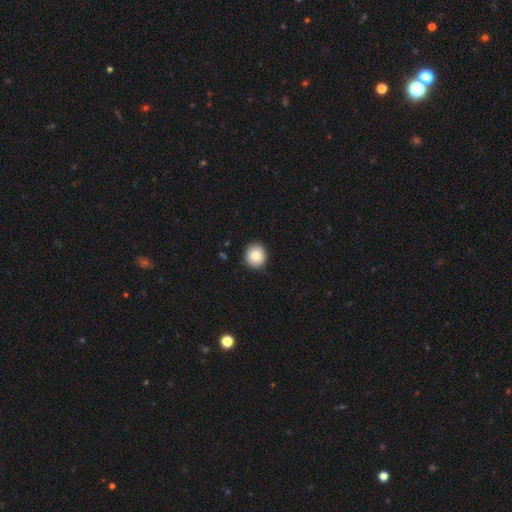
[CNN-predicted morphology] A smooth galaxy with no disk features (85%) that is round (90%).

Vote fractions:
- Smooth or featured? smooth: 85% / star or artifact: 9% / featured or disk: 6%
- How rounded? round: 90% / in between: 9% / cigar-shaped: 1%
- Merging? none: 91% / minor disturbance: 7% / major disturbance: 2% / merger: 1%